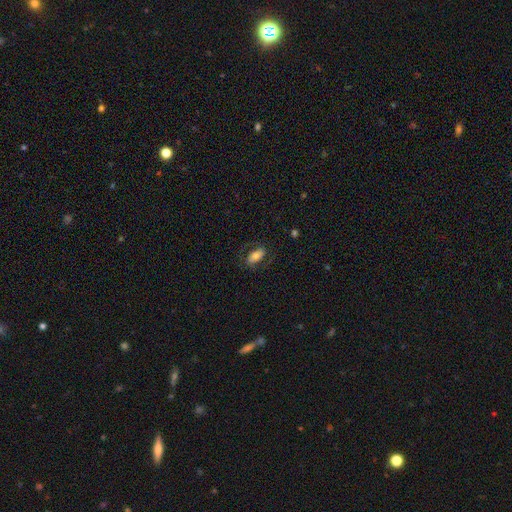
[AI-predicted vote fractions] smooth_or_featured: smooth (p=0.62) [alt: featured or disk p=0.31]
how_rounded: in between (p=0.90) [alt: round p=0.05]
merging: none (p=0.73) [alt: minor disturbance p=0.15]